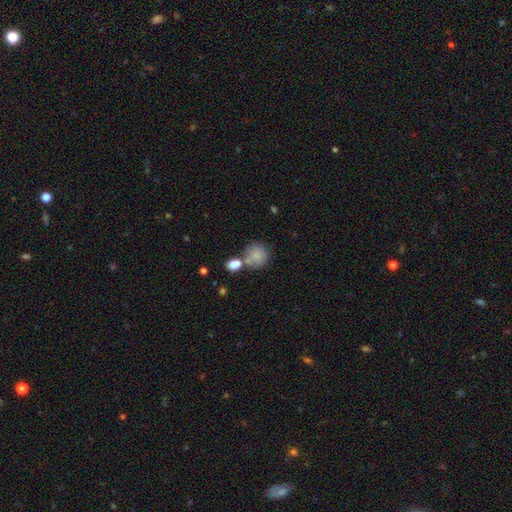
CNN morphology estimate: This appears to be a smooth galaxy with no disk features (81%) that is round (86%). Merging: none (55%).